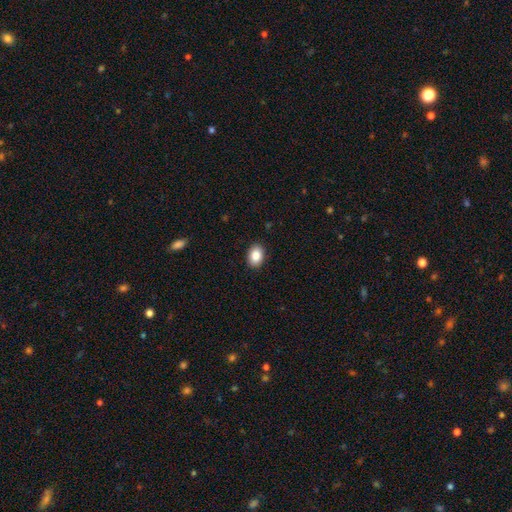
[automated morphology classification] This is clearly a smooth galaxy (87%). How rounded: clearly in between (80%). Merging: clearly none (90%).